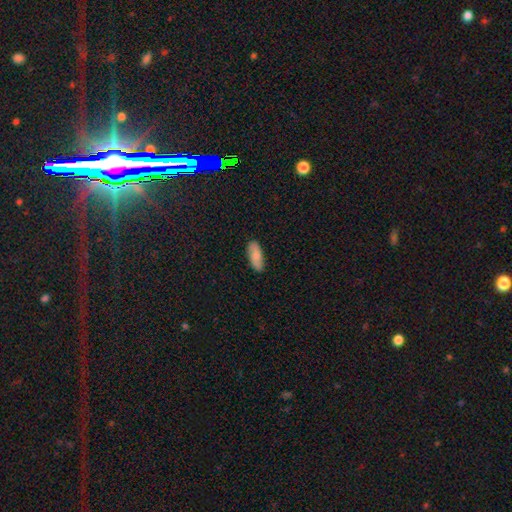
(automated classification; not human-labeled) A smooth galaxy with no disk features (83%) that is in between round and cigar-shaped (77%).

Vote fractions:
- Smooth or featured? smooth: 83% / featured or disk: 11% / star or artifact: 6%
- How rounded? in between: 77% / cigar-shaped: 21% / round: 2%
- Merging? none: 86% / minor disturbance: 11% / major disturbance: 2% / merger: 1%